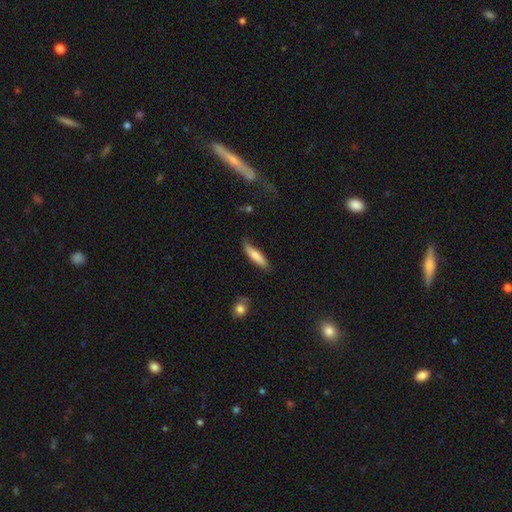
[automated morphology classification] smooth 78%, featured or disk 16%, star or artifact 6%. Down the decision tree: how rounded — cigar-shaped (75%); merging — none (77%).